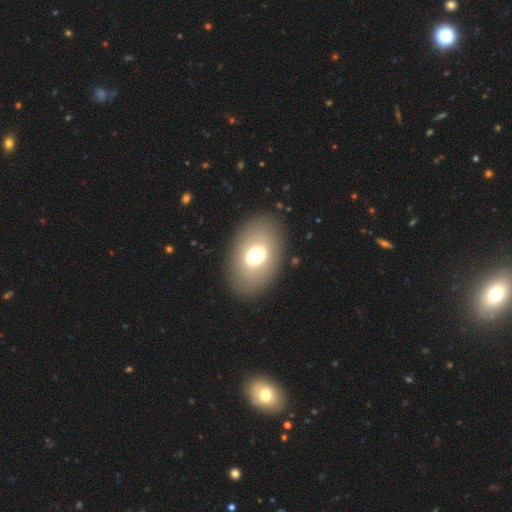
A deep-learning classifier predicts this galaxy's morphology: Q: Smooth or featured?
A: smooth (65%); runner-up: featured or disk (25%)
Q: How rounded?
A: in between (81%); runner-up: round (18%)
Q: Merging?
A: none (86%); runner-up: minor disturbance (9%)